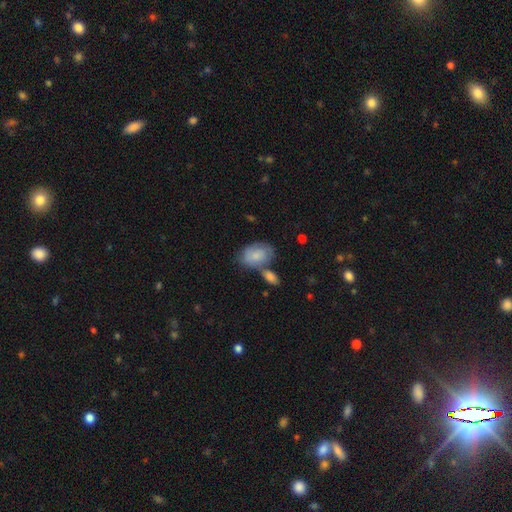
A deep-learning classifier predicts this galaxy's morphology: A smooth galaxy with no disk features (72%) that is in between round and cigar-shaped (86%). Merging: none (46%).